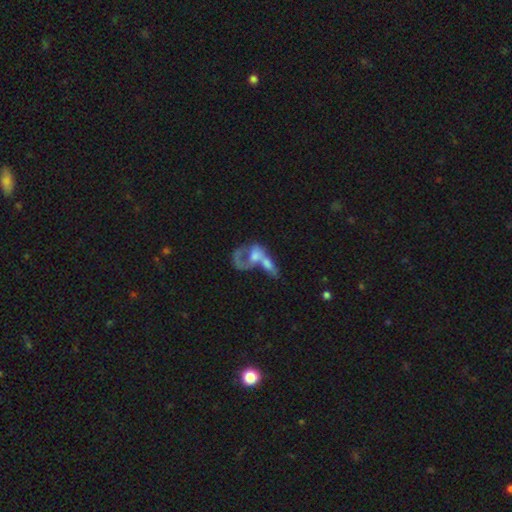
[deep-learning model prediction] This is possibly a featured or disk galaxy (53%). It is clearly not viewed edge-on (94%). Bar: likely no (75%). Spiral arm pattern: possibly no (59%). Central bulge: marginally moderate (39%). Merging: likely merger (68%).